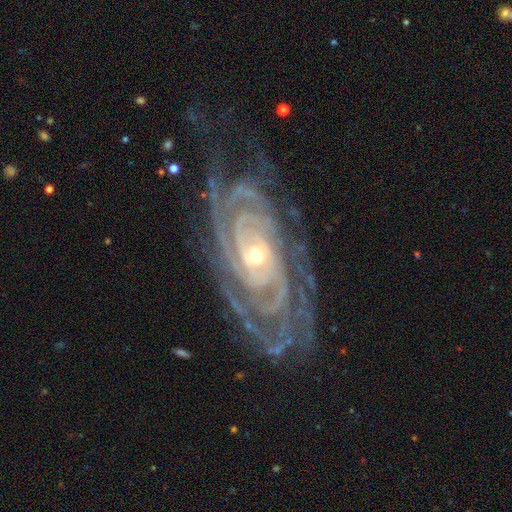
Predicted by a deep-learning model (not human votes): The model was most divided on "spiral arm count": 2: 20%, can't tell: 19%, 3: 19%, 4: 19%, more than 4: 16%, 1: 7%. More confident: spiral arms — yes (98%); edge-on disk — no (95%); smooth or featured — featured or disk (92%); spiral winding — tight (84%); merging — none (71%); bar — no (66%); bulge size — small (56%).